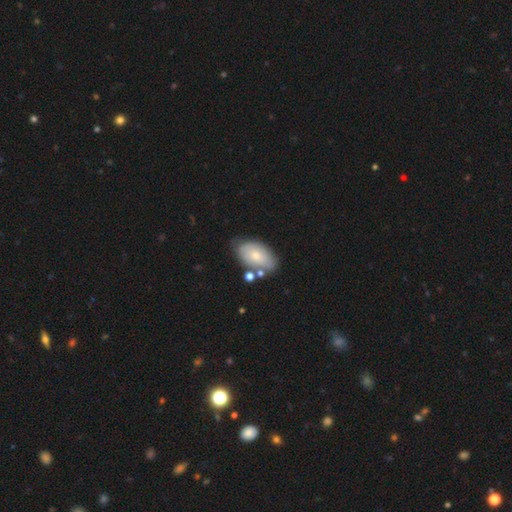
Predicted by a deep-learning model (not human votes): smooth-or-featured: smooth: 68% | featured or disk: 26% | star or artifact: 6%
  how-rounded: in between: 93% | round: 6% | cigar-shaped: 2%
  merging: none: 63% | minor disturbance: 22% | merger: 10% | major disturbance: 6%